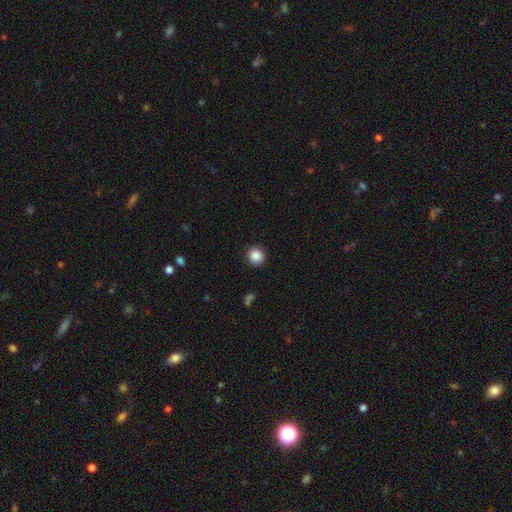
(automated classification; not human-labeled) The model was most divided on "smooth or featured": smooth: 87%, star or artifact: 10%, featured or disk: 4%. More confident: how rounded — round (95%); merging — none (92%).